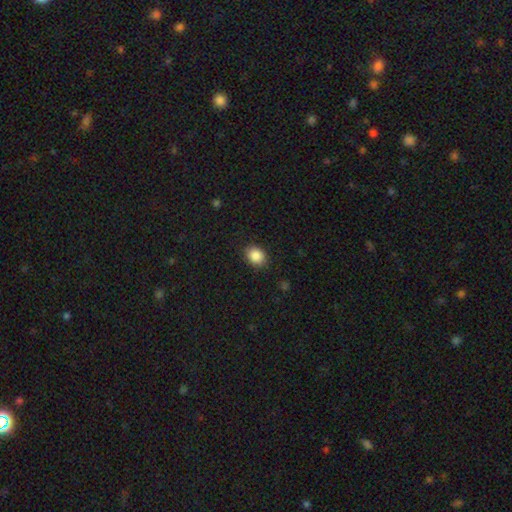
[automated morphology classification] type=smooth (88%); roundness=round (51%); merging=none (87%).